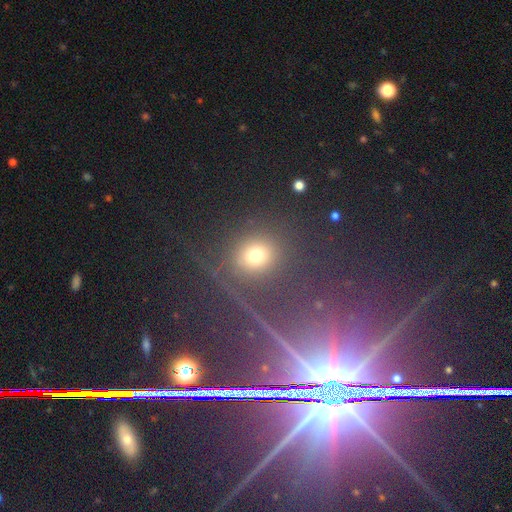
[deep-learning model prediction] This appears to be a smooth galaxy with no disk features (58%) that is round (78%). Merging: none (83%).